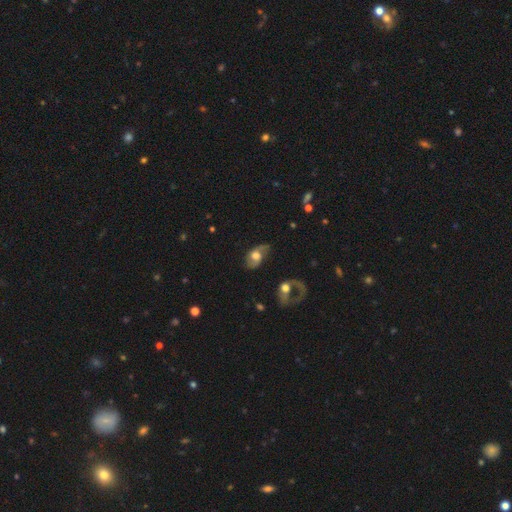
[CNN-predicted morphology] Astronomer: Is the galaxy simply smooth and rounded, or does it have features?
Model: featured or disk — 53% (runner-up: smooth, 39%).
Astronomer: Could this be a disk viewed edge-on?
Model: no — 91%.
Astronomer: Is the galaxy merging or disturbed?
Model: none — 57%.